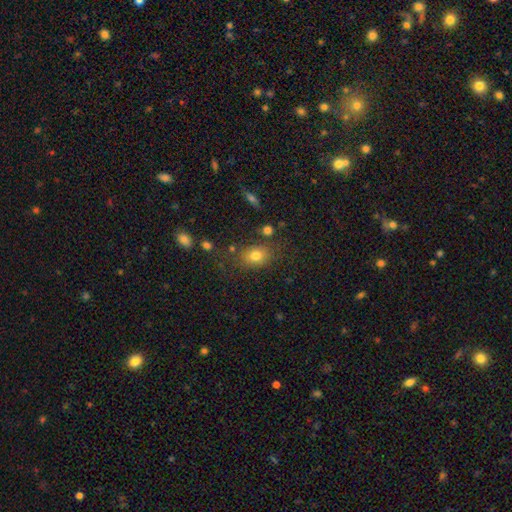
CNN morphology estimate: Q: Smooth or featured?
A: smooth (77%); runner-up: star or artifact (13%)
Q: How rounded?
A: in between (66%); runner-up: round (33%)
Q: Merging?
A: none (71%); runner-up: minor disturbance (16%)